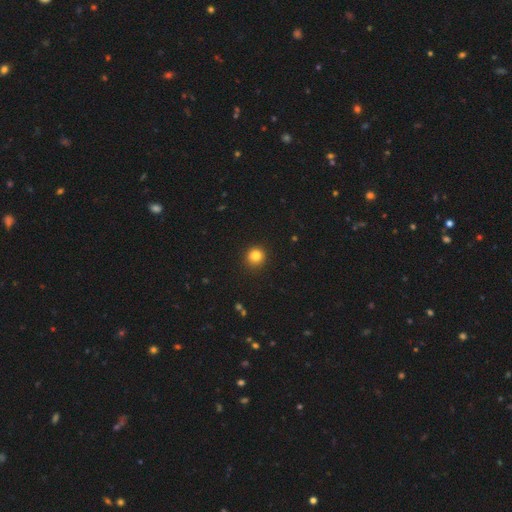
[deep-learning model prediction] A smooth galaxy with no disk features (83%) that is round (93%).

Vote fractions:
- Smooth or featured? smooth: 83% / star or artifact: 12% / featured or disk: 5%
- How rounded? round: 93% / in between: 6% / cigar-shaped: 1%
- Merging? none: 92% / minor disturbance: 5% / major disturbance: 2% / merger: 1%